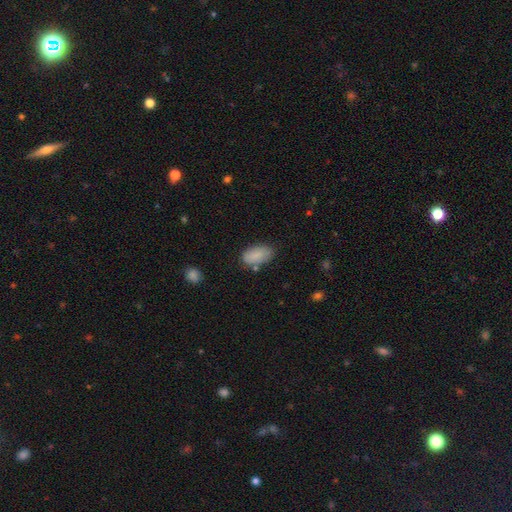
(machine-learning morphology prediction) Smooth or featured?
  - smooth: 87% *
  - star or artifact: 7%
  - featured or disk: 6%
How rounded?
  - in between: 94% *
  - round: 3%
  - cigar-shaped: 3%
Merging?
  - none: 75% *
  - minor disturbance: 17%
  - merger: 4%
  - major disturbance: 4%